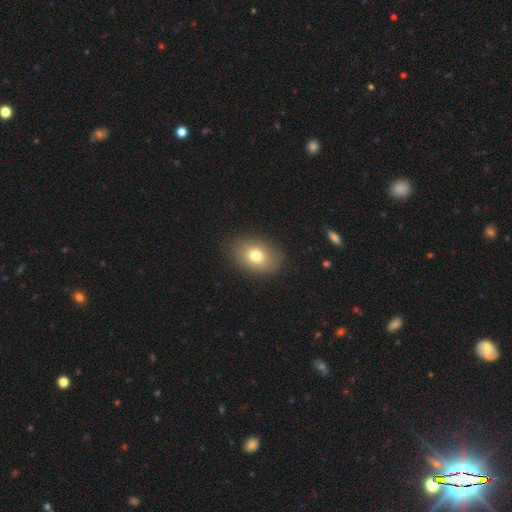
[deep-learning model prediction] Smooth or featured: smooth — 75% (featured or disk — 15%)
How rounded: in between — 74% (round — 25%)
Merging: none — 83% (minor disturbance — 12%)